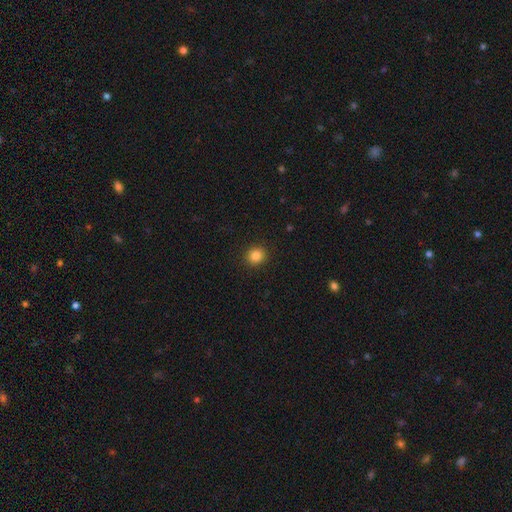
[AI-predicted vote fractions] Smooth or featured? Predicted: smooth (p=0.85). How rounded? Predicted: round (p=0.87). Merging? Predicted: none (p=0.92).